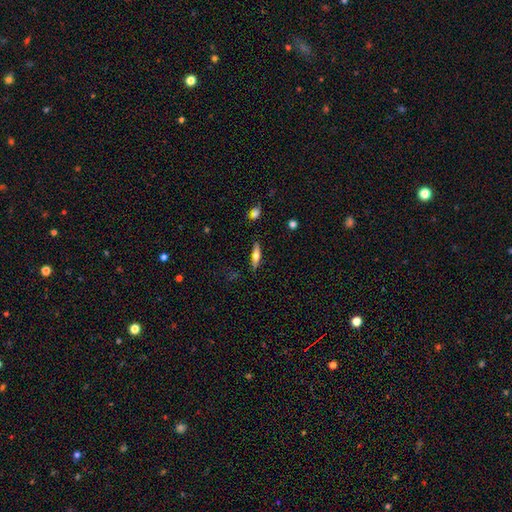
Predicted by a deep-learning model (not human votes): Overall: smooth (52%; featured or disk 41%). How rounded: cigar-shaped (64%; in between 33%). Merging: none (84%).